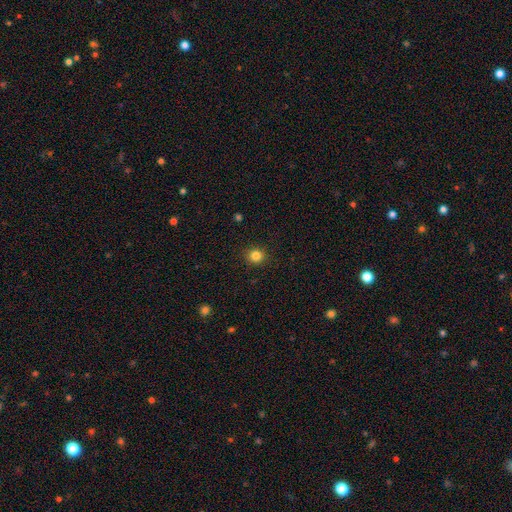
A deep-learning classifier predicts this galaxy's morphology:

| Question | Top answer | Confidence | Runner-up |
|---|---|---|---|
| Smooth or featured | smooth | 83% | star or artifact (12%) |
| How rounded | round | 91% | in between (8%) |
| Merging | none | 91% | minor disturbance (6%) |